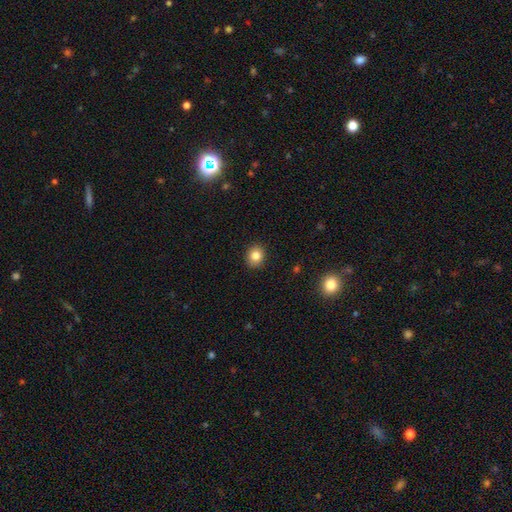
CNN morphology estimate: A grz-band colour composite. It shows a smooth galaxy with no disk features (83%) that is round (71%). Merging: none (90%).